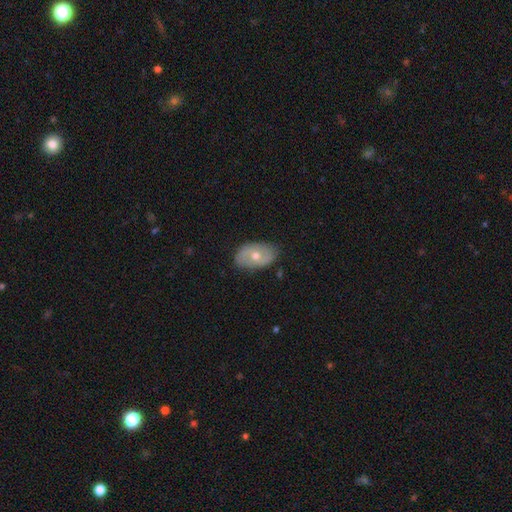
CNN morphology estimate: featured or disk 54%, smooth 38%, star or artifact 8%. Down the decision tree: edge-on disk — no (92%); merging — none (81%).